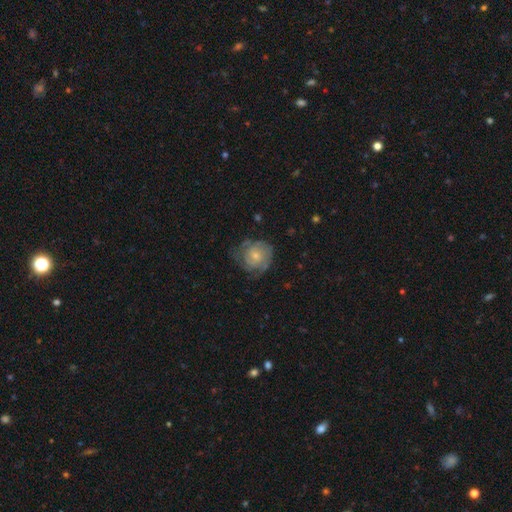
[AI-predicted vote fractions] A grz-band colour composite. It shows a featured or disk galaxy (64%) with no bar (77%), tight (59%) spiral arms (84%) and a small central bulge (65%). Merging: none (57%).